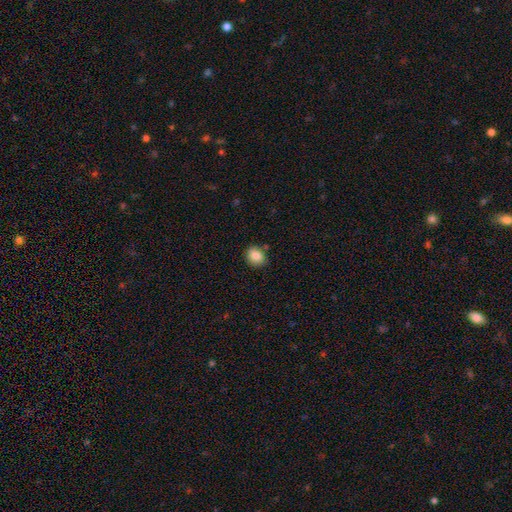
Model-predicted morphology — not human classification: A smooth galaxy with no disk features (86%) that is round (57%).

Vote fractions:
- Smooth or featured? smooth: 86% / star or artifact: 9% / featured or disk: 5%
- How rounded? round: 57% / in between: 42% / cigar-shaped: 1%
- Merging? none: 82% / minor disturbance: 12% / merger: 3% / major disturbance: 3%